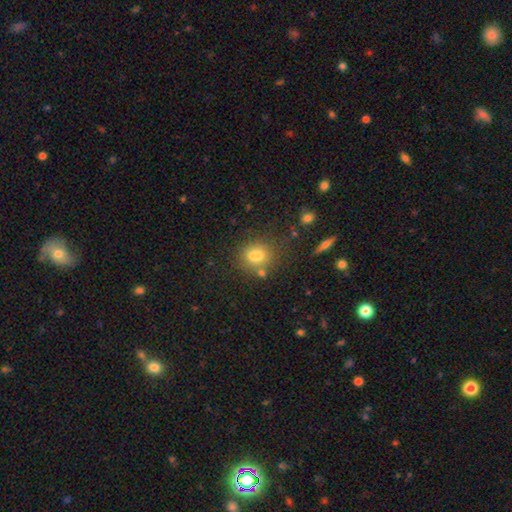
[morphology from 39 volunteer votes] Smooth or featured: smooth — 90% (featured or disk — 8%)
How rounded: in between — 51% (round — 49%)
Merging: none — 71% (minor disturbance — 16%)